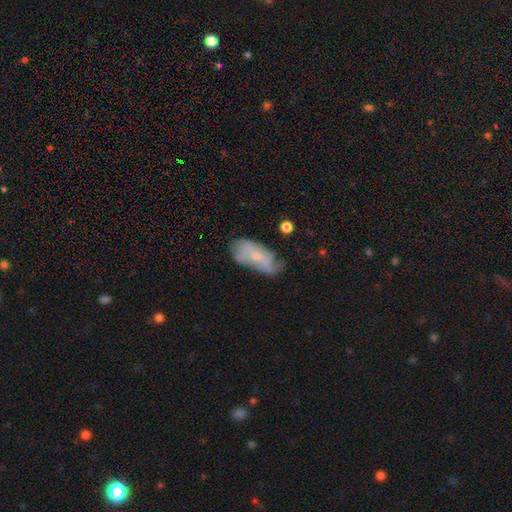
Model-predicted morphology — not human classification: featured or disk 59%, smooth 33%, star or artifact 8%. Down the decision tree: edge-on disk — no (92%); bar — no (79%); spiral arms — yes (65%); bulge size — small (70%); merging — none (49%).